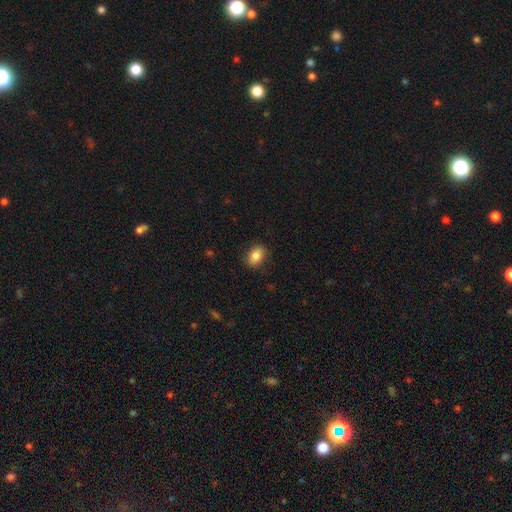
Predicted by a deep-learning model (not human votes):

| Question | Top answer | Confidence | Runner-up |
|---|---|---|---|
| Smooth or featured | smooth | 85% | star or artifact (8%) |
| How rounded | in between | 79% | round (20%) |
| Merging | none | 85% | minor disturbance (11%) |